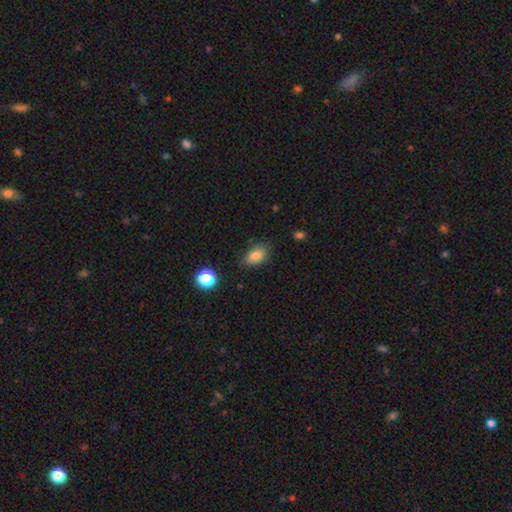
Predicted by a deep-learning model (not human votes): smooth_or_featured: smooth (p=0.83) [alt: star or artifact p=0.10]
how_rounded: in between (p=0.85) [alt: round p=0.13]
merging: none (p=0.76) [alt: minor disturbance p=0.18]